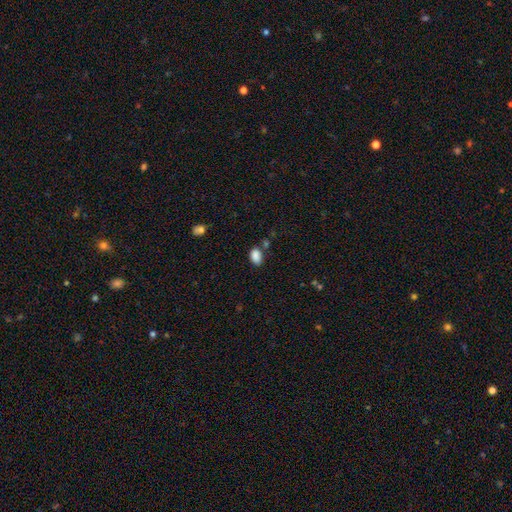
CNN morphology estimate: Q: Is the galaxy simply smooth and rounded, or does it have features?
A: smooth — 87%.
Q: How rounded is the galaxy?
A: in between — 86%.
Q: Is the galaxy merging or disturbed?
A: none — 69%.